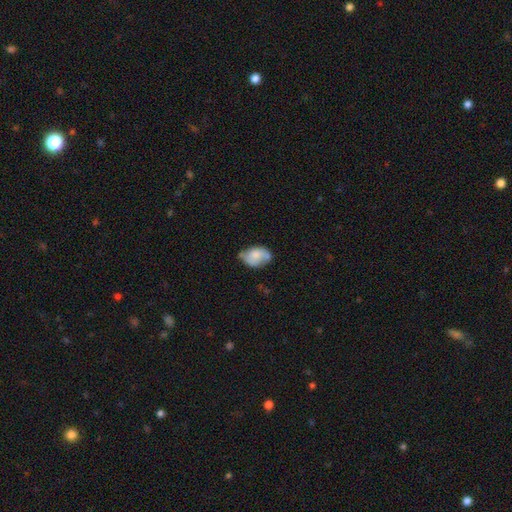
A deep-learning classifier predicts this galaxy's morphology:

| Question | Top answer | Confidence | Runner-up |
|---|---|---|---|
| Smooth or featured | smooth | 63% | featured or disk (30%) |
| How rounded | in between | 85% | round (14%) |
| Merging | none | 48% | minor disturbance (35%) |